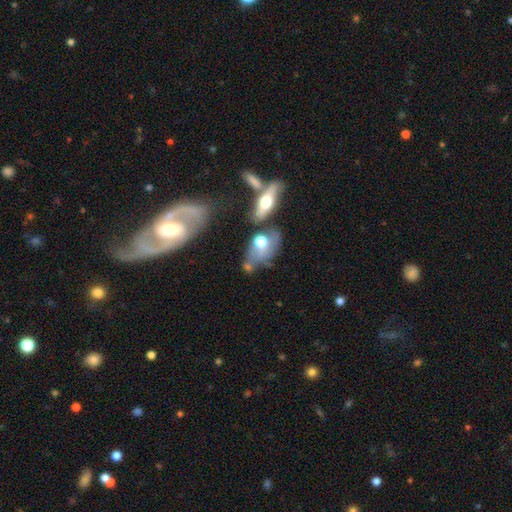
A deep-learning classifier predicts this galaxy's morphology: smooth-or-featured: smooth: 53% | featured or disk: 37% | star or artifact: 11%
  how-rounded: in between: 78% | round: 16% | cigar-shaped: 5%
  merging: none: 36% | merger: 30% | minor disturbance: 19% | major disturbance: 14%